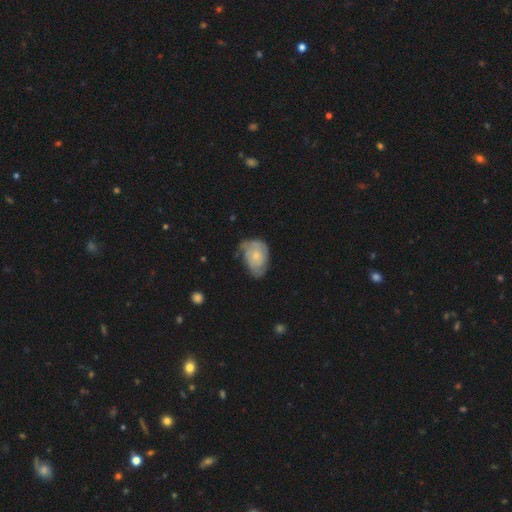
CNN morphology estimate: Smooth or featured: featured or disk — 49% (smooth — 45%)
Merging: none — 41% (minor disturbance — 39%)